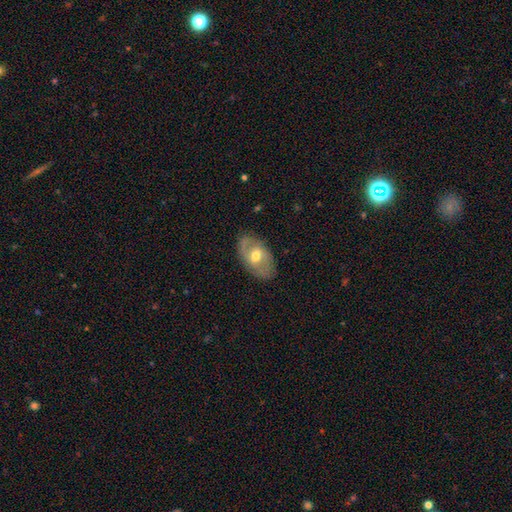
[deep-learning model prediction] Overall: featured or disk (56%; smooth 38%). Edge-on disk: no (91%). Bar: no (50%; weak 39%). Spiral arms: yes (60%; no 40%). Bulge size: moderate (74%). Merging: none (79%).